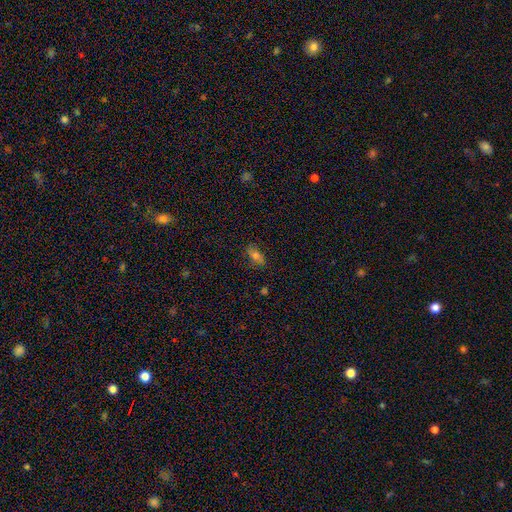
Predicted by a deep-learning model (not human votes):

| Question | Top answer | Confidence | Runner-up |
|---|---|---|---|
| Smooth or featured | smooth | 61% | featured or disk (24%) |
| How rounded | in between | 80% | cigar-shaped (13%) |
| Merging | none | 78% | minor disturbance (16%) |